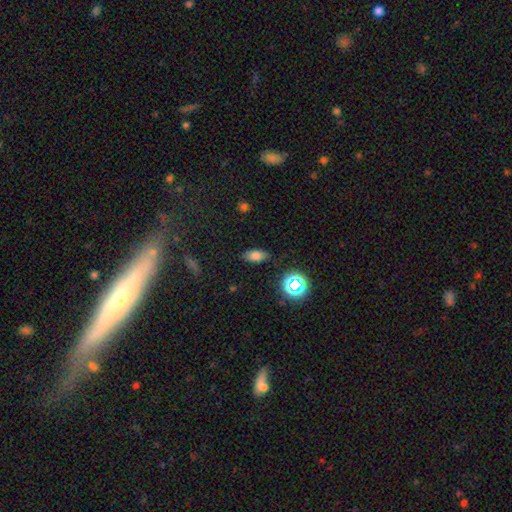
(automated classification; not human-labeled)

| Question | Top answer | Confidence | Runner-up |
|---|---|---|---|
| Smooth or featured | smooth | 75% | star or artifact (16%) |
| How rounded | in between | 86% | cigar-shaped (7%) |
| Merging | none | 83% | minor disturbance (12%) |